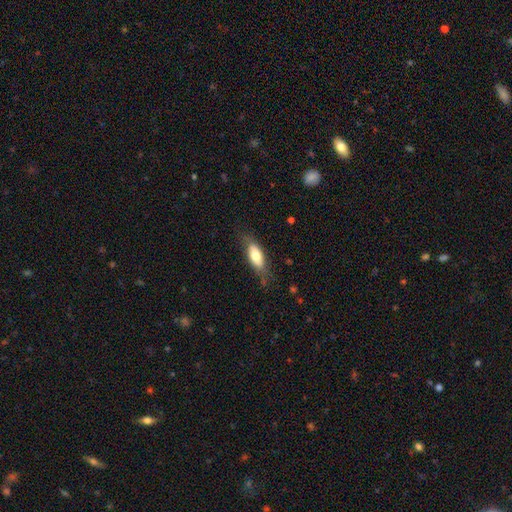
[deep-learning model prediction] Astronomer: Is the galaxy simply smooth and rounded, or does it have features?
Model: smooth — 68%.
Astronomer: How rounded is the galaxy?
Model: in between — 74%.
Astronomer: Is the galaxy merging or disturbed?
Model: none — 70%.